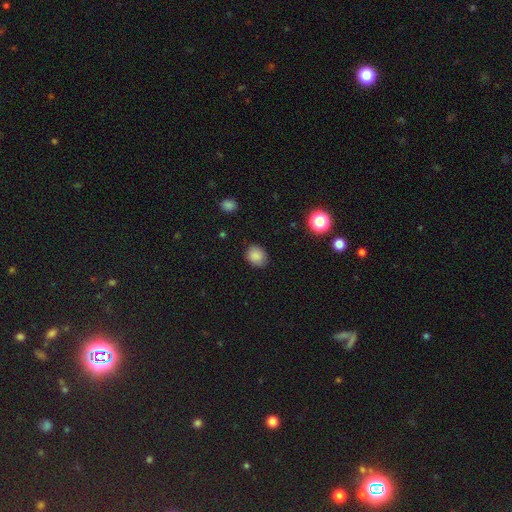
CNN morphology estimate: Q: Smooth or featured?
A: smooth (86%); runner-up: star or artifact (10%)
Q: How rounded?
A: round (64%); runner-up: in between (36%)
Q: Merging?
A: none (83%); runner-up: minor disturbance (13%)